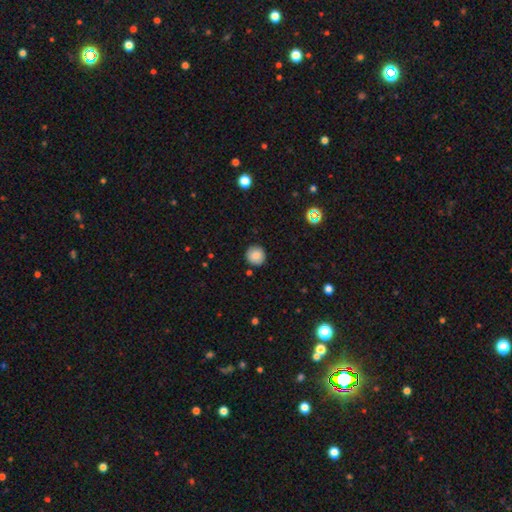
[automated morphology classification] The model was most divided on "smooth or featured": smooth: 85%, star or artifact: 10%, featured or disk: 6%. More confident: how rounded — round (94%); merging — none (90%).